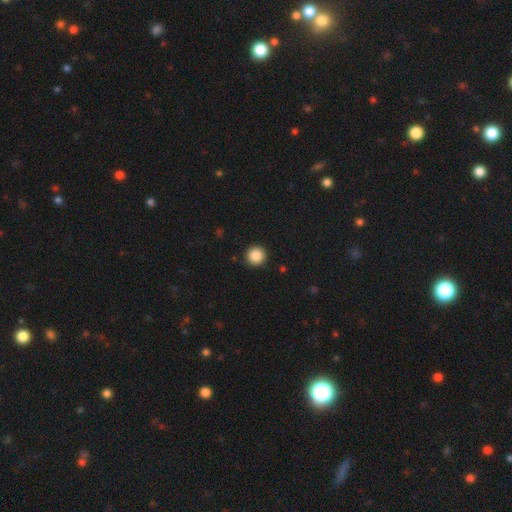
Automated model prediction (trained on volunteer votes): This appears to be a smooth galaxy with no disk features (87%) that is round (96%). Merging: none (92%).